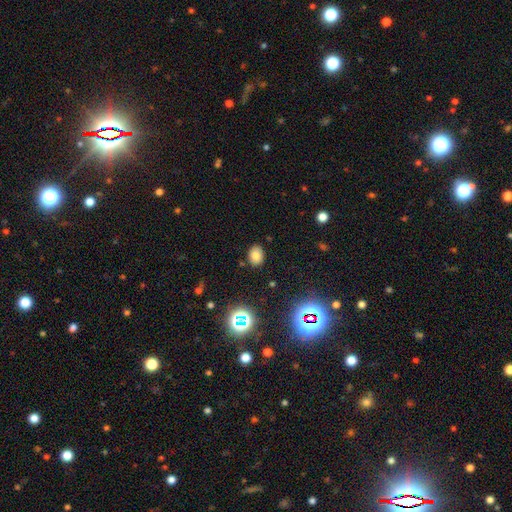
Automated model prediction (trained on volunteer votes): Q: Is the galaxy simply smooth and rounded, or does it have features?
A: smooth — 73%.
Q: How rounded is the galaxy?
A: in between — 71%.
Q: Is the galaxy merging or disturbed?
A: none — 86%.